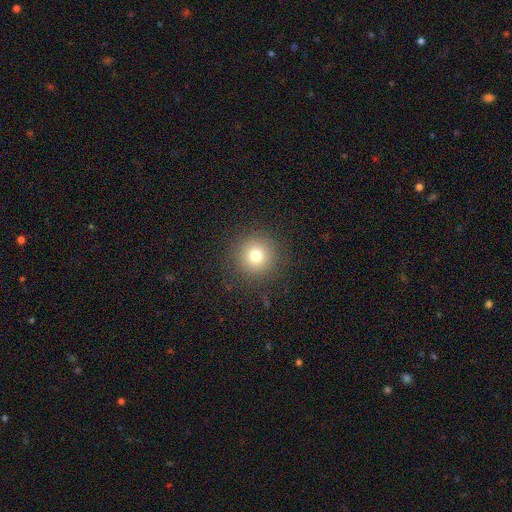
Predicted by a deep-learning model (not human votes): smooth 76%, star or artifact 14%, featured or disk 10%. Down the decision tree: how rounded — round (95%); merging — none (88%).